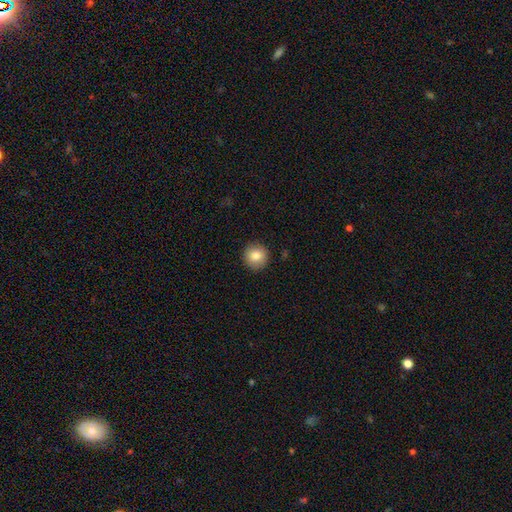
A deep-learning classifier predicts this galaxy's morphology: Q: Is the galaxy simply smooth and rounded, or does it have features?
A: smooth — 83%.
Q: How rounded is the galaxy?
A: round — 94%.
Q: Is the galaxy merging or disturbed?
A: none — 91%.